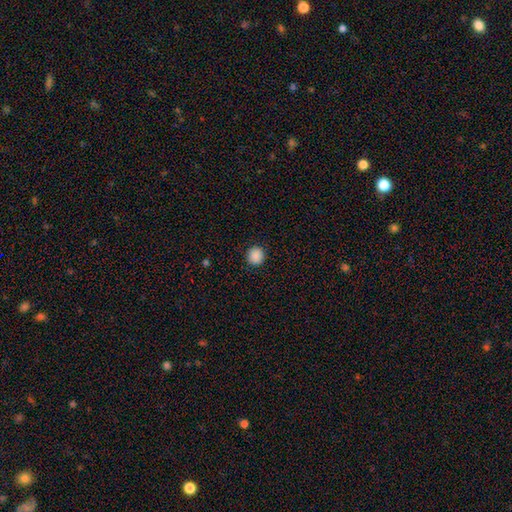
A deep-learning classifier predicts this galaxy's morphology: Smooth or featured?
  - smooth: 88% *
  - star or artifact: 9%
  - featured or disk: 2%
How rounded?
  - round: 94% *
  - in between: 5%
  - cigar-shaped: 1%
Merging?
  - none: 92% *
  - minor disturbance: 5%
  - major disturbance: 2%
  - merger: 1%